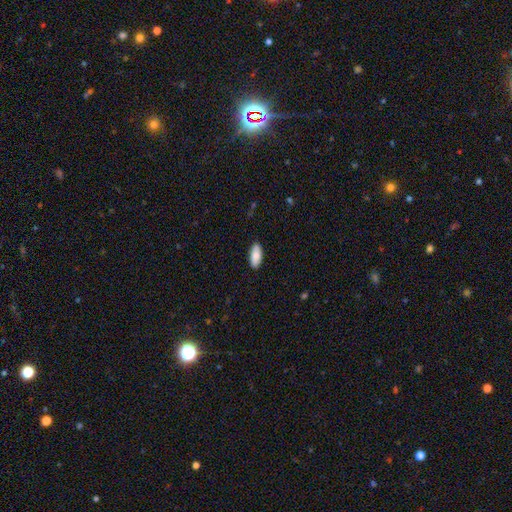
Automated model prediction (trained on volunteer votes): The model was most divided on "how rounded": in between: 87%, cigar-shaped: 11%, round: 2%. More confident: merging — none (88%); smooth or featured — smooth (86%).